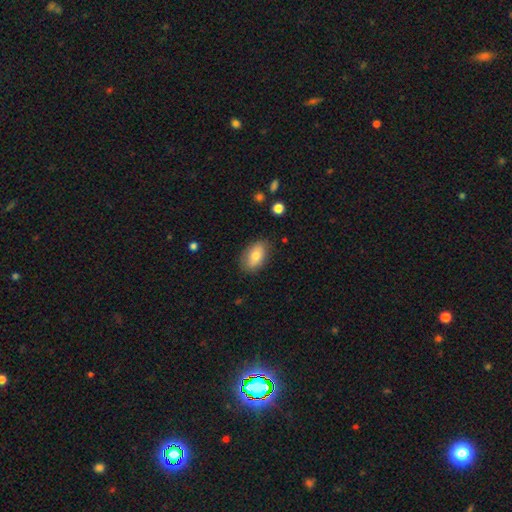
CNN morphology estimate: A smooth galaxy with no disk features (77%) that is in between round and cigar-shaped (90%). Merging: none (82%).